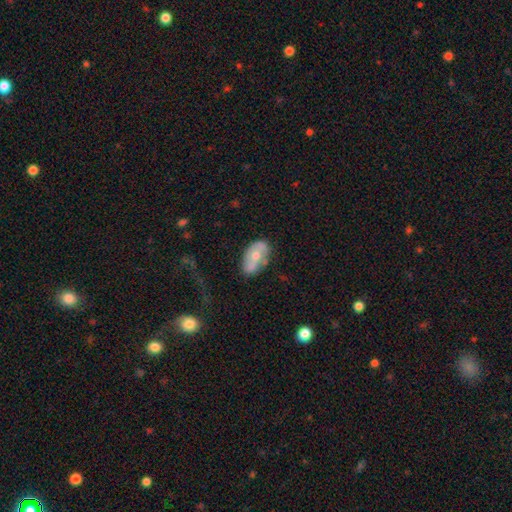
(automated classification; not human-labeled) The model was most divided on "smooth or featured": smooth: 47%, featured or disk: 46%, star or artifact: 7%. More confident: merging — none (61%).